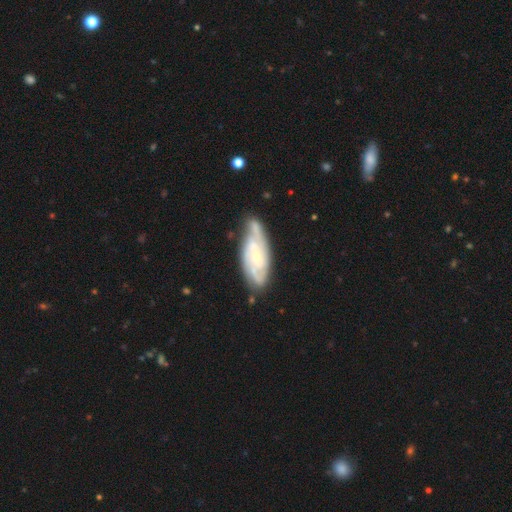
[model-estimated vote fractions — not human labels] Morphology: type=featured or disk (81%); edge-on=no (91%); bar=no (58%); spiral arms=yes (95%); winding=tight (56%); arm count=2 (33%); bulge=small (65%); merging=none (69%).